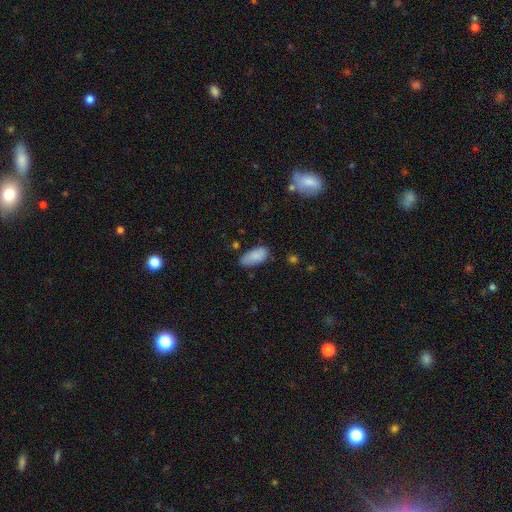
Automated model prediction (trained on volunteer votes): smooth-or-featured: smooth: 86% | featured or disk: 7% | star or artifact: 7%
  how-rounded: in between: 91% | cigar-shaped: 7% | round: 2%
  merging: none: 68% | minor disturbance: 25% | major disturbance: 5% | merger: 3%